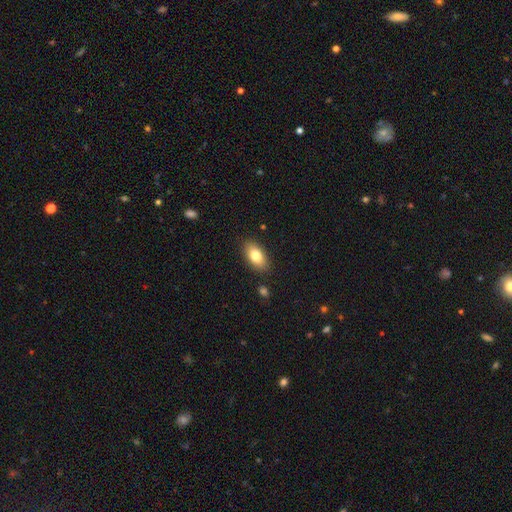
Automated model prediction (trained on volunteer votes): smooth-or-featured: smooth: 80% | featured or disk: 13% | star or artifact: 7%
  how-rounded: in between: 91% | round: 5% | cigar-shaped: 4%
  merging: none: 87% | minor disturbance: 9% | major disturbance: 2% | merger: 2%